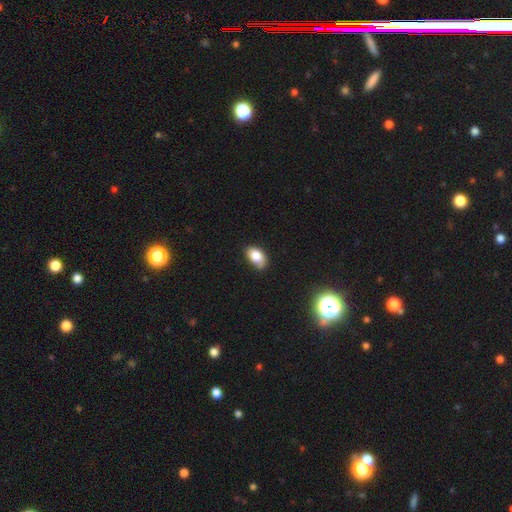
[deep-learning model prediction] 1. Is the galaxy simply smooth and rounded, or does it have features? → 81% smooth, 10% featured or disk, 9% star or artifact.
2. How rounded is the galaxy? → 90% in between, 8% round, 2% cigar-shaped.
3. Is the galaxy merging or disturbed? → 66% none, 27% minor disturbance, 5% major disturbance, 2% merger.